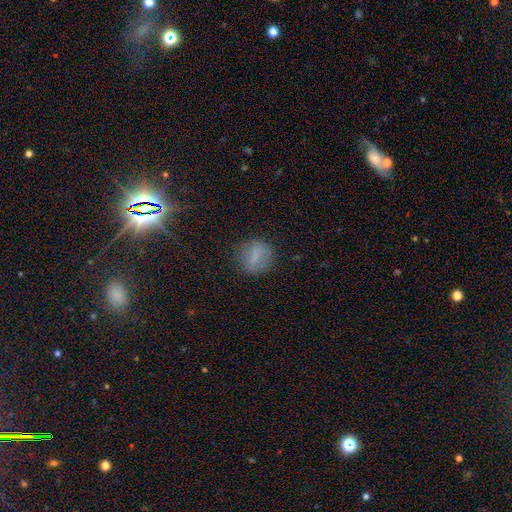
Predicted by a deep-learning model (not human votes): Overall: smooth (66%). How rounded: round (70%). Merging: none (79%).